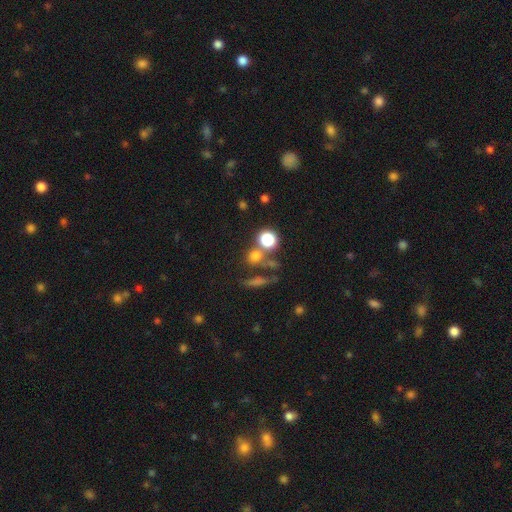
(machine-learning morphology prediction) A smooth galaxy with no disk features (67%) that is round (82%). Merging: none (57%).